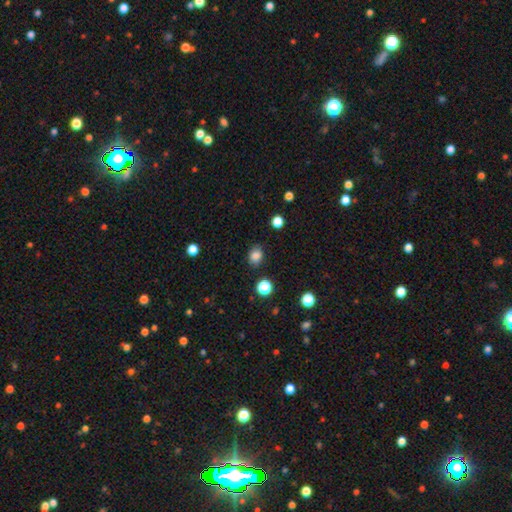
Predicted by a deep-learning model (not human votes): This is clearly a smooth galaxy (83%). How rounded: possibly in between (53%). Merging: clearly none (83%).